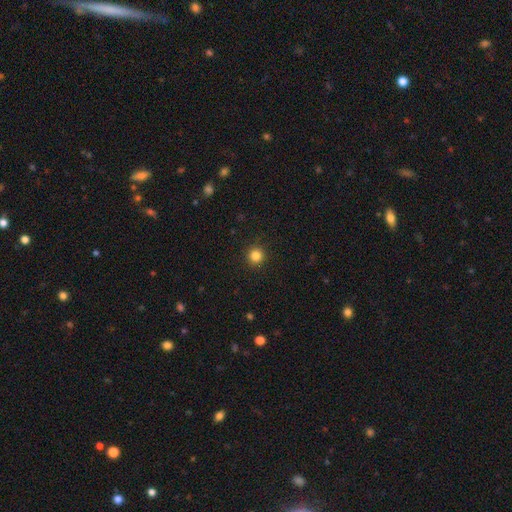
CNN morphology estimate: Q: Smooth or featured?
A: smooth (84%); runner-up: star or artifact (12%)
Q: How rounded?
A: round (95%); runner-up: in between (4%)
Q: Merging?
A: none (92%); runner-up: minor disturbance (5%)